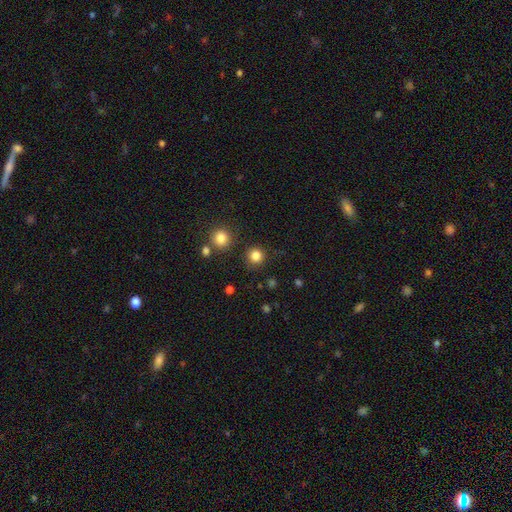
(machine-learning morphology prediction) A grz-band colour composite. It shows a smooth galaxy with no disk features (84%) that is round (94%). Merging: none (86%).